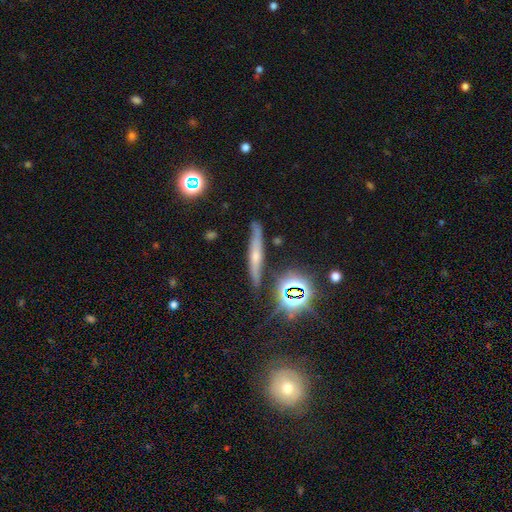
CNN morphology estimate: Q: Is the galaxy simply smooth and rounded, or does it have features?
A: featured or disk — 44%.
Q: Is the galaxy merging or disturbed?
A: none — 81%.